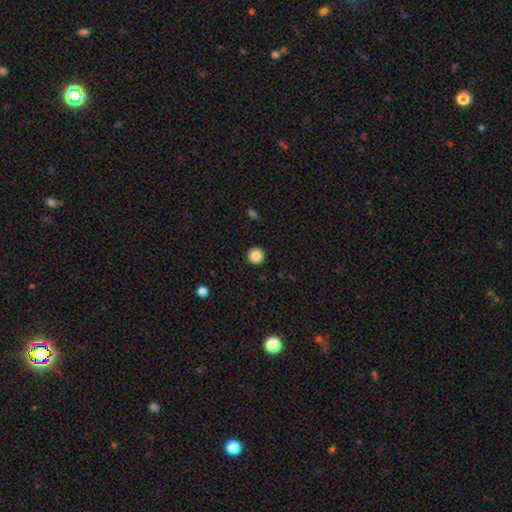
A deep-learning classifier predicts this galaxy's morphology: Smooth or featured? Predicted: smooth (p=0.87). How rounded? Predicted: round (p=0.96). Merging? Predicted: none (p=0.93).